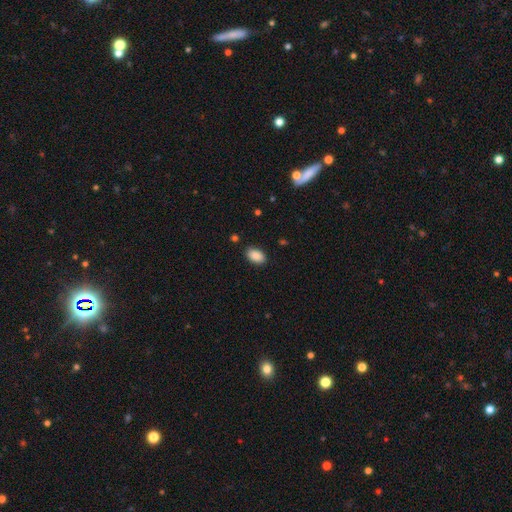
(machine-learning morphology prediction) A smooth galaxy with no disk features (89%) that is in between round and cigar-shaped (91%).

Vote fractions:
- Smooth or featured? smooth: 89% / star or artifact: 8% / featured or disk: 3%
- How rounded? in between: 91% / round: 7% / cigar-shaped: 1%
- Merging? none: 87% / minor disturbance: 9% / major disturbance: 2% / merger: 1%